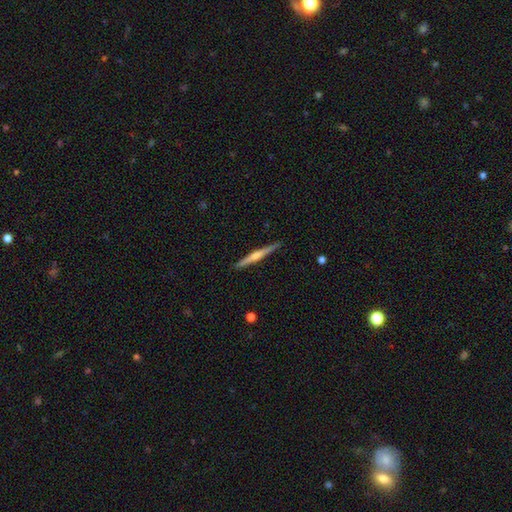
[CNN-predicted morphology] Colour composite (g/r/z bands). It shows a featured or disk galaxy (70%) viewed edge-on (98%) with a rounded central bulge (76%). Merging: none (91%).